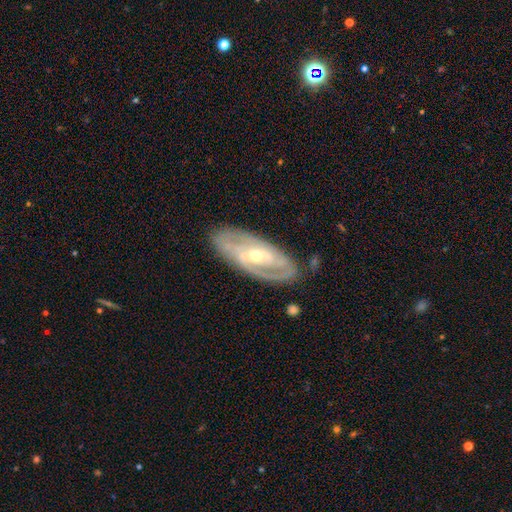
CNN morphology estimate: Smooth or featured?
  - featured or disk: 83% *
  - smooth: 11%
  - star or artifact: 5%
Edge-on disk?
  - no: 90% *
  - yes: 10%
Bar?
  - weak: 37% *
  - no: 35%
  - strong: 28%
Spiral arms?
  - yes: 89% *
  - no: 11%
Spiral winding?
  - tight: 53% *
  - medium: 36%
  - loose: 11%
Spiral arm count?
  - 2: 62% *
  - can't tell: 21%
  - 3: 8%
  - 1: 4%
  - 4: 2%
  - more than 4: 2%
Bulge size?
  - small: 55% *
  - moderate: 42%
  - large: 1%
  - none: 1%
  - dominant: 1%
Merging?
  - none: 79% *
  - minor disturbance: 15%
  - major disturbance: 5%
  - merger: 2%